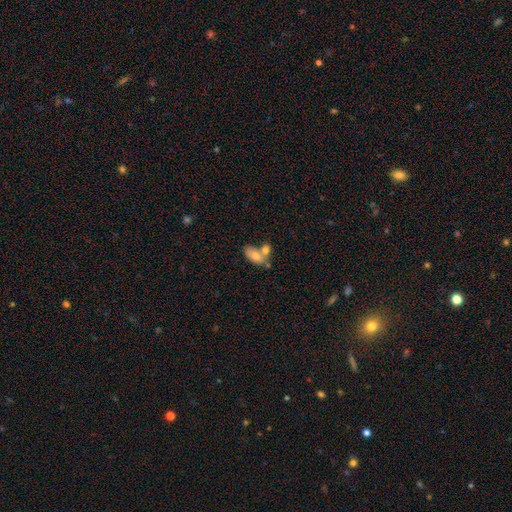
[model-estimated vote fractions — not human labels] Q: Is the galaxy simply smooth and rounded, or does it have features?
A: smooth — 73%.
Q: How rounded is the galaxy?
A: in between — 90%.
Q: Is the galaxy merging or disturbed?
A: merger — 50%.